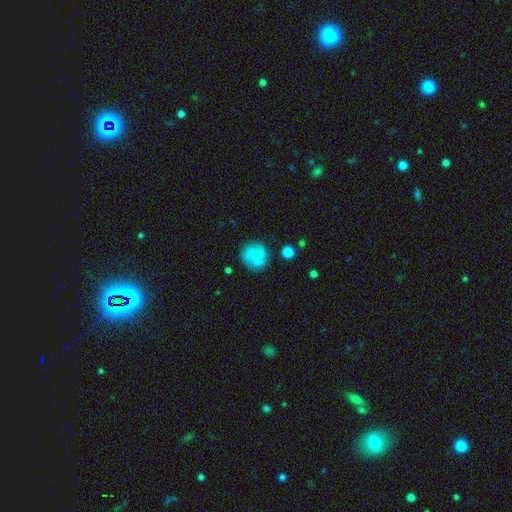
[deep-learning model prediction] Smooth or featured?
  - smooth: 68% *
  - featured or disk: 23%
  - star or artifact: 9%
How rounded?
  - round: 86% *
  - in between: 13%
  - cigar-shaped: 1%
Merging?
  - none: 72% *
  - minor disturbance: 17%
  - major disturbance: 7%
  - merger: 4%